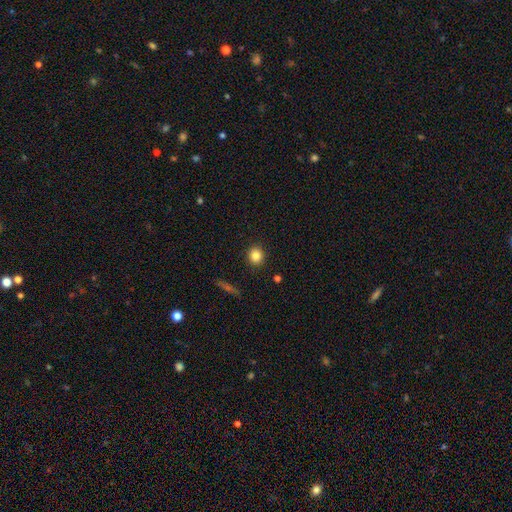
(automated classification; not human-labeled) smooth 83%, star or artifact 10%, featured or disk 6%. Down the decision tree: how rounded — round (87%); merging — none (91%).